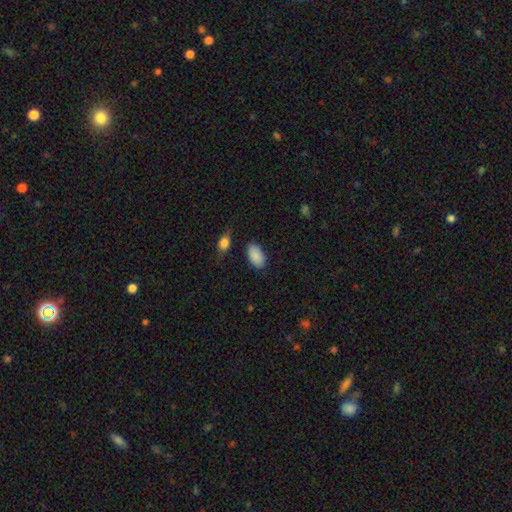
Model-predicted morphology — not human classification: smooth_or_featured: smooth (p=0.89) [alt: star or artifact p=0.07]
how_rounded: in between (p=0.94) [alt: round p=0.04]
merging: none (p=0.81) [alt: minor disturbance p=0.13]